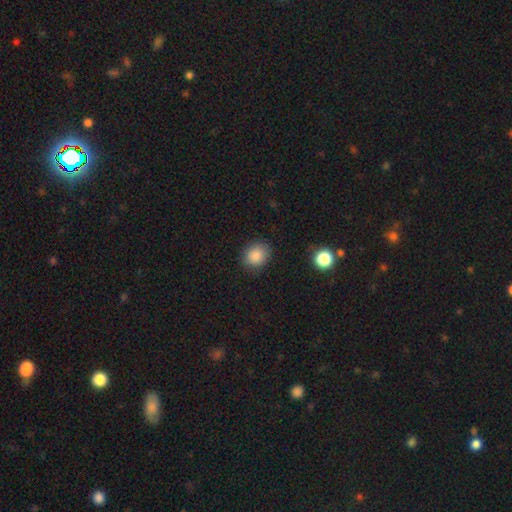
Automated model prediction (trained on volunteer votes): A smooth galaxy with no disk features (86%) that is round (60%).

Vote fractions:
- Smooth or featured? smooth: 86% / star or artifact: 10% / featured or disk: 5%
- How rounded? round: 60% / in between: 39% / cigar-shaped: 1%
- Merging? none: 85% / minor disturbance: 11% / major disturbance: 3% / merger: 1%